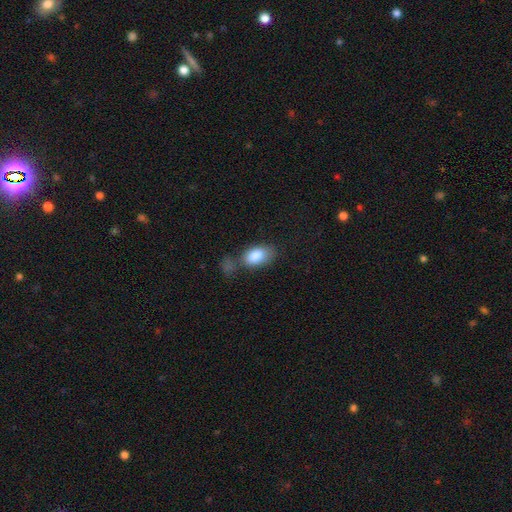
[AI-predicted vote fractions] Overall: smooth (84%). How rounded: in between (91%). Merging: none (52%; minor disturbance 21%).